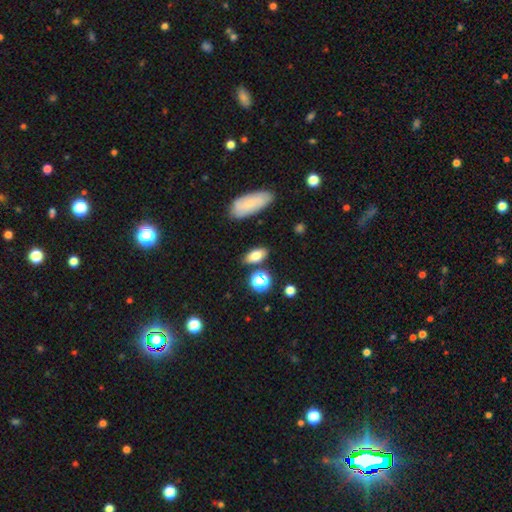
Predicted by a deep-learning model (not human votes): smooth-or-featured: smooth: 73% | featured or disk: 15% | star or artifact: 12%
  how-rounded: in between: 83% | round: 9% | cigar-shaped: 8%
  merging: none: 78% | minor disturbance: 12% | merger: 7% | major disturbance: 3%